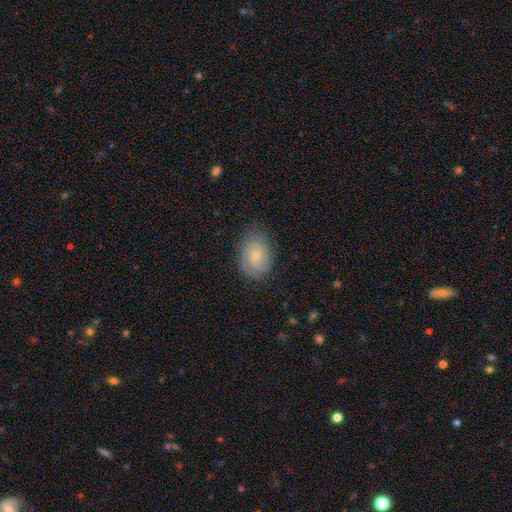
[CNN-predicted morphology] smooth-or-featured: featured or disk: 50% | smooth: 41% | star or artifact: 8%
  disk-edge-on: no: 95% | yes: 5%
  merging: none: 71% | minor disturbance: 21% | major disturbance: 7% | merger: 1%